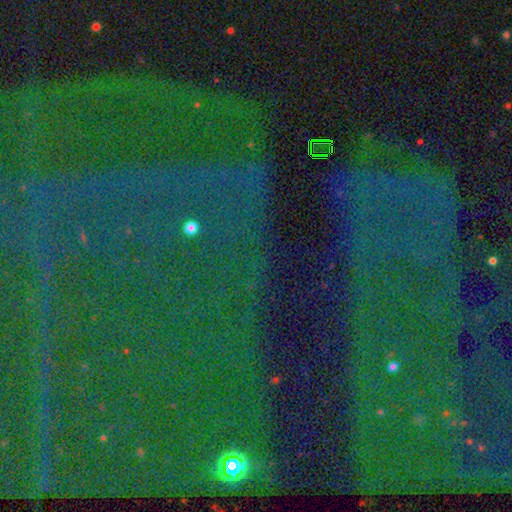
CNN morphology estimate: star or artifact 85%, featured or disk 8%, smooth 7%.